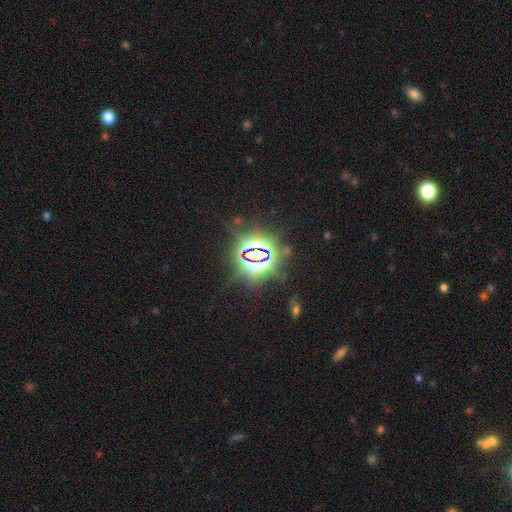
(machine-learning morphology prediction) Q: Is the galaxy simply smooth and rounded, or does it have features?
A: star or artifact — 84%.